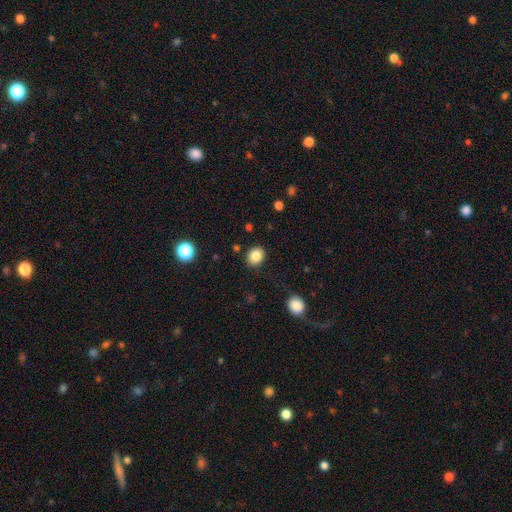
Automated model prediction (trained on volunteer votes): Smooth or featured: smooth — 84% (star or artifact — 10%)
How rounded: round — 56% (in between — 43%)
Merging: none — 88% (minor disturbance — 8%)